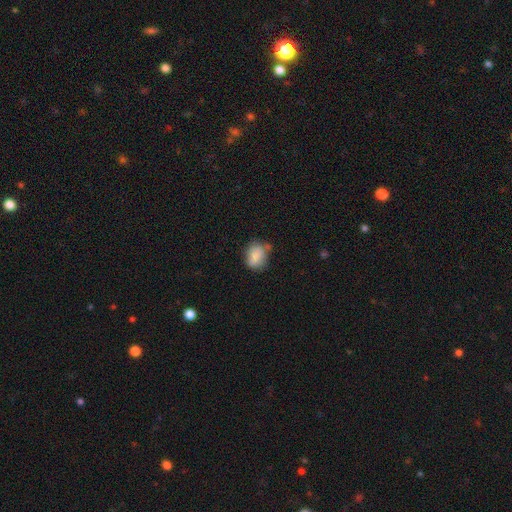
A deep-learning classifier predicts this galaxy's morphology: smooth-or-featured: smooth: 84% | featured or disk: 9% | star or artifact: 8%
  how-rounded: in between: 67% | round: 32% | cigar-shaped: 1%
  merging: none: 58% | minor disturbance: 28% | merger: 7% | major disturbance: 6%